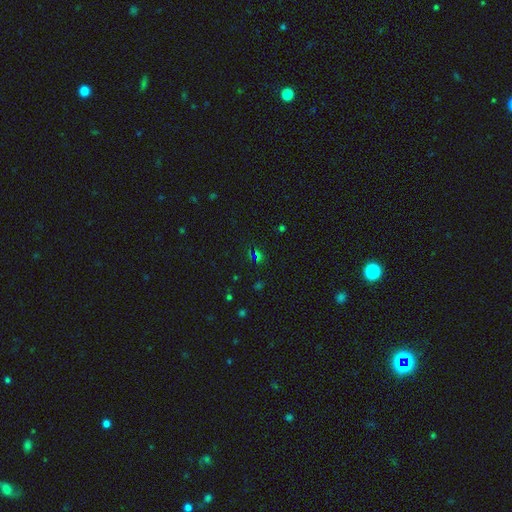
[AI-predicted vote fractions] Overall: star or artifact (63%; smooth 28%).